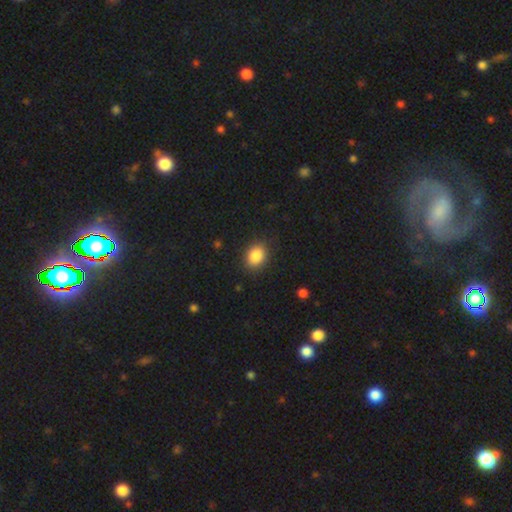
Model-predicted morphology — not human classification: smooth_or_featured: smooth (p=0.87) [alt: star or artifact p=0.09]
how_rounded: in between (p=0.57) [alt: round p=0.42]
merging: none (p=0.86) [alt: minor disturbance p=0.10]